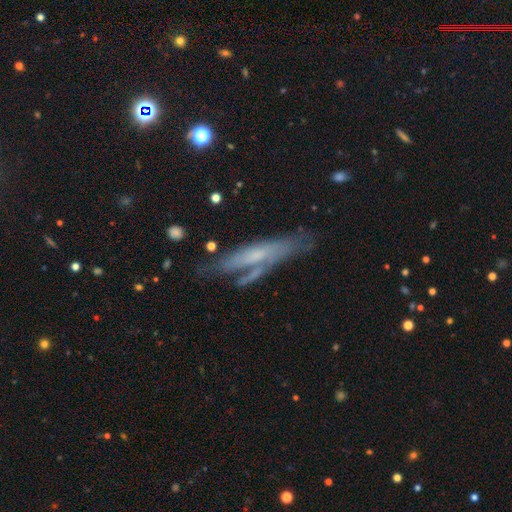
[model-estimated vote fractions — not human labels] This appears to be a featured or disk galaxy (53%) viewed edge-on (56%). Merging: none (51%).